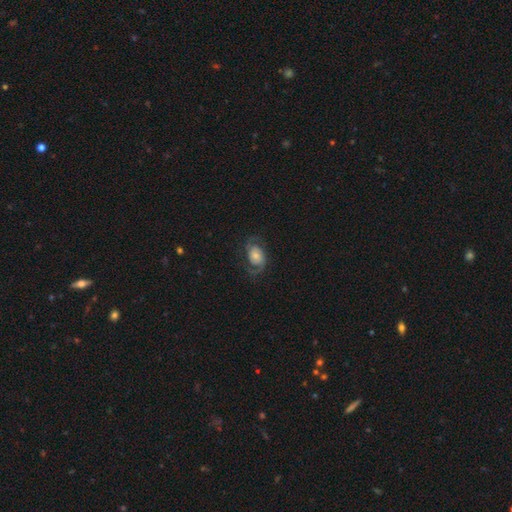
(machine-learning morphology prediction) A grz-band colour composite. It shows a featured or disk galaxy (70%) with no bar (66%), 2 (86%) medium (47%) spiral arms (92%) and a moderate central bulge (37%). Merging: none (67%).